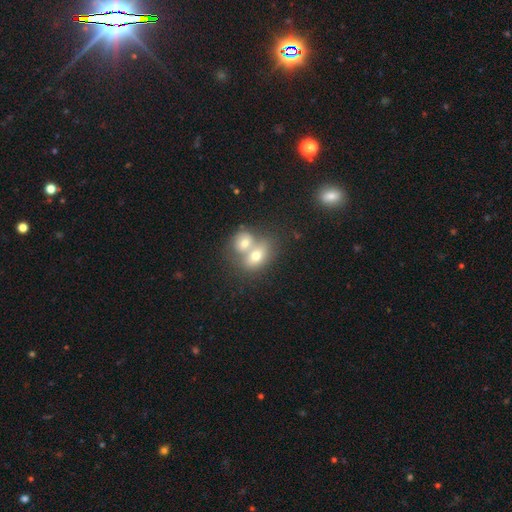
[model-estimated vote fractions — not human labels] A smooth galaxy with no disk features (67%) that is in between round and cigar-shaped (62%).

Vote fractions:
- Smooth or featured? smooth: 67% / featured or disk: 23% / star or artifact: 10%
- How rounded? in between: 62% / round: 36% / cigar-shaped: 2%
- Merging? merger: 69% / none: 21% / minor disturbance: 6% / major disturbance: 3%